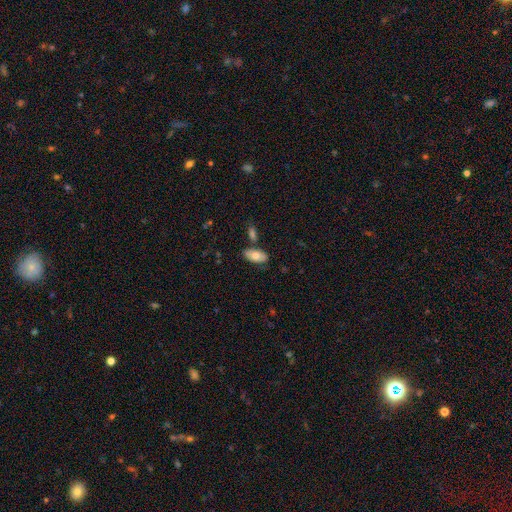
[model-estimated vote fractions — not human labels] smooth-or-featured: smooth: 74% | featured or disk: 20% | star or artifact: 6%
  how-rounded: in between: 93% | cigar-shaped: 4% | round: 3%
  merging: none: 75% | minor disturbance: 13% | merger: 9% | major disturbance: 3%